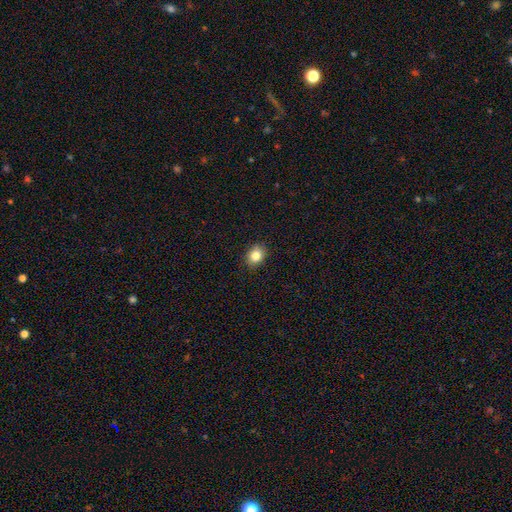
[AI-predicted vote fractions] smooth-or-featured: smooth: 83% | star or artifact: 10% | featured or disk: 7%
  how-rounded: in between: 55% | round: 44% | cigar-shaped: 1%
  merging: none: 88% | minor disturbance: 9% | major disturbance: 2% | merger: 1%